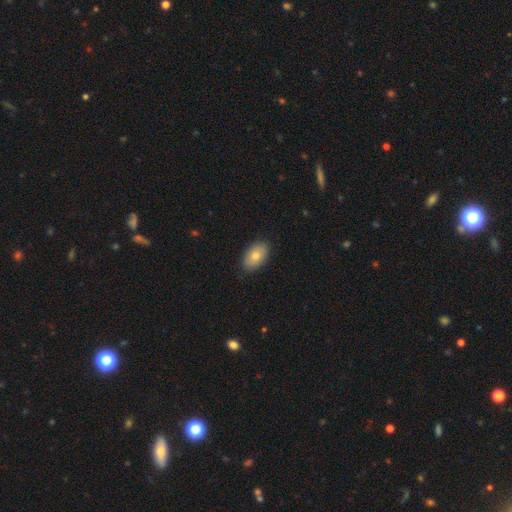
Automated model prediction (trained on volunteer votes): Q: Smooth or featured?
A: smooth (78%); runner-up: featured or disk (14%)
Q: How rounded?
A: in between (92%); runner-up: round (7%)
Q: Merging?
A: none (88%); runner-up: minor disturbance (10%)